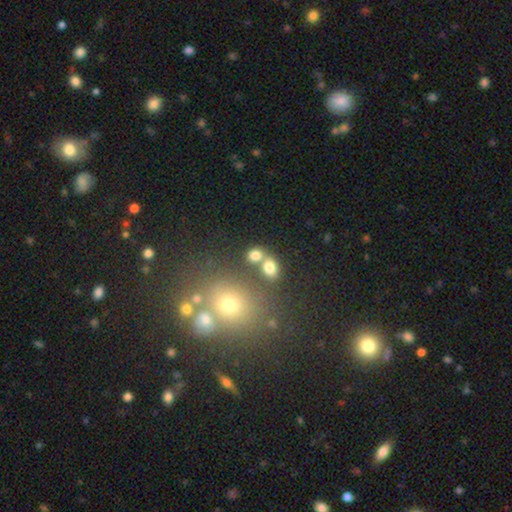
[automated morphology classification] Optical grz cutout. It shows a smooth galaxy with no disk features (75%) that is round (54%). Merging: none (47%).